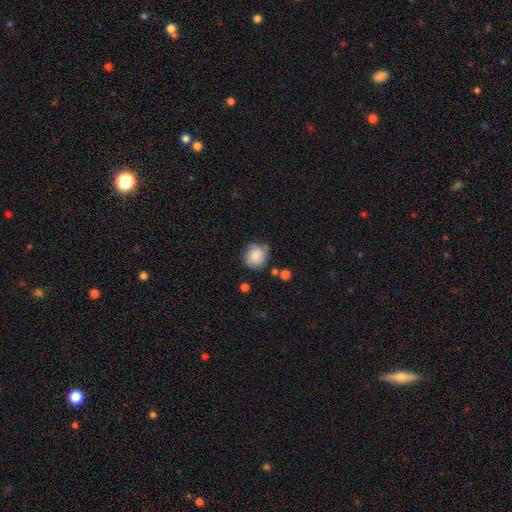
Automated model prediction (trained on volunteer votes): Overall: smooth (82%). How rounded: round (83%). Merging: none (75%).